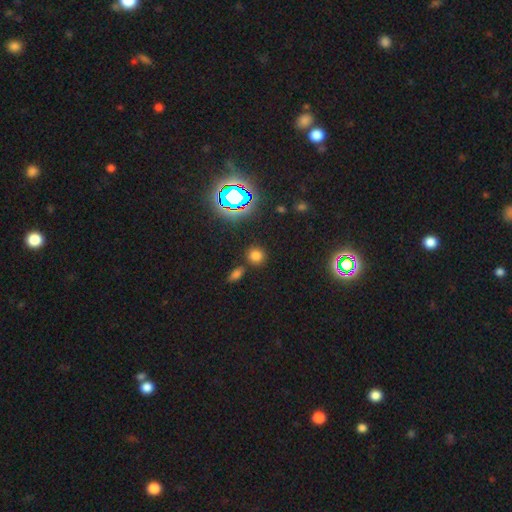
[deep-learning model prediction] A smooth galaxy with no disk features (68%) that is round (85%). Merging: none (80%).